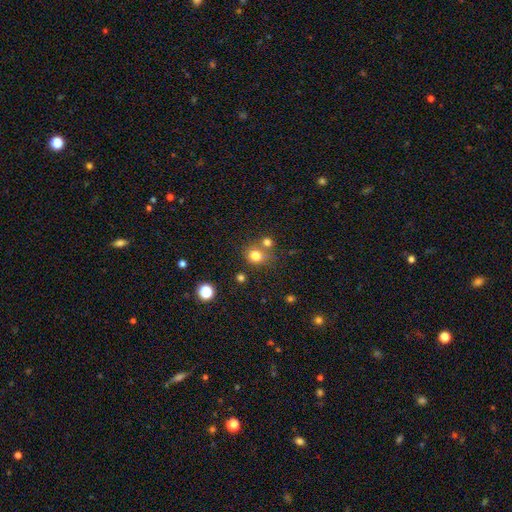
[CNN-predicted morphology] A smooth galaxy with no disk features (77%) that is round (77%).

Vote fractions:
- Smooth or featured? smooth: 77% / star or artifact: 15% / featured or disk: 8%
- How rounded? round: 77% / in between: 22% / cigar-shaped: 1%
- Merging? none: 56% / merger: 26% / minor disturbance: 13% / major disturbance: 6%